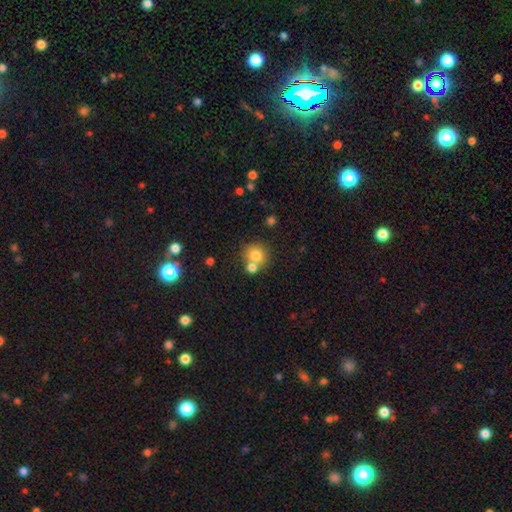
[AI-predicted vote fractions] Smooth or featured: smooth — 78% (star or artifact — 11%)
How rounded: round — 84% (in between — 15%)
Merging: none — 53% (merger — 35%)